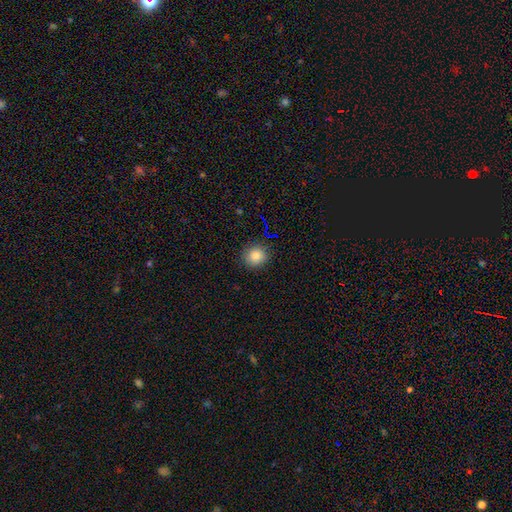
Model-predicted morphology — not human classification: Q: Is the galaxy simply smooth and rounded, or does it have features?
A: smooth — 83%.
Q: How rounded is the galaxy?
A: round — 86%.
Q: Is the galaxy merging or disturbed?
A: none — 88%.